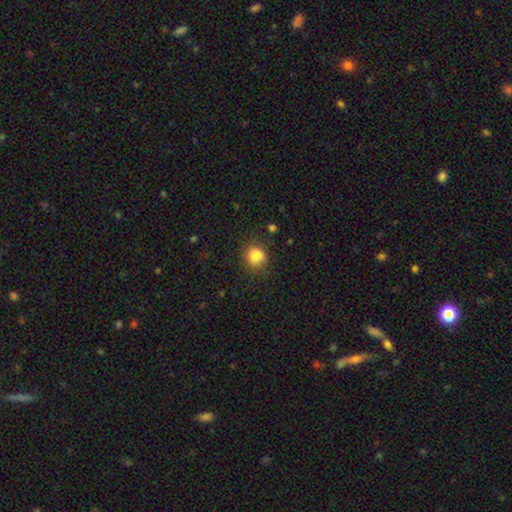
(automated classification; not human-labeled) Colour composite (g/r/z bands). It shows a smooth galaxy with no disk features (83%) that is round (69%). Merging: none (63%).